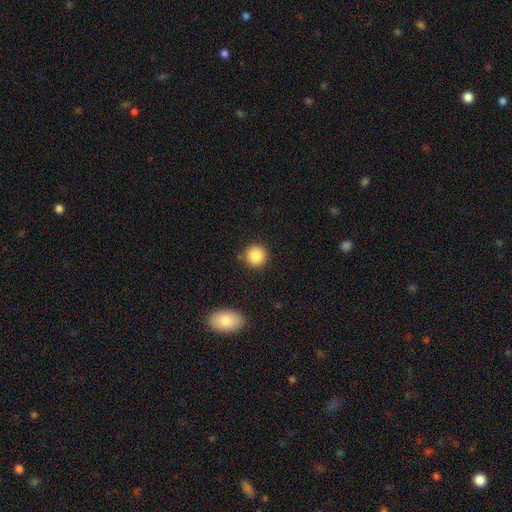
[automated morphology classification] The model was most divided on "smooth or featured": smooth: 87%, star or artifact: 9%, featured or disk: 4%. More confident: how rounded — round (93%); merging — none (88%).